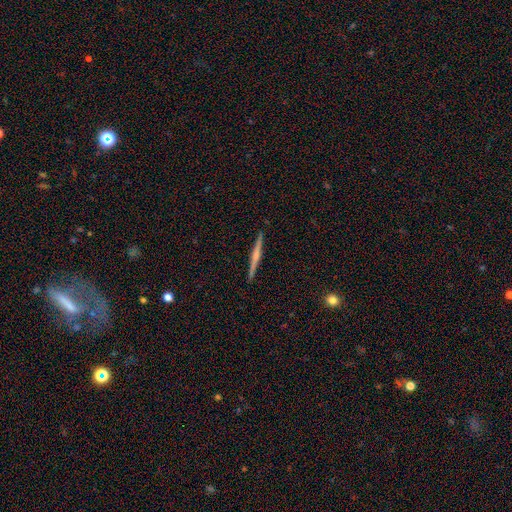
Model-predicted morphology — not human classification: smooth-or-featured: featured or disk: 63% | smooth: 31% | star or artifact: 6%
  disk-edge-on: yes: 98% | no: 2%
    edge-on-bulge: rounded: 48% | none: 37% | boxy: 14%
  merging: none: 92% | minor disturbance: 6% | major disturbance: 1% | merger: 1%